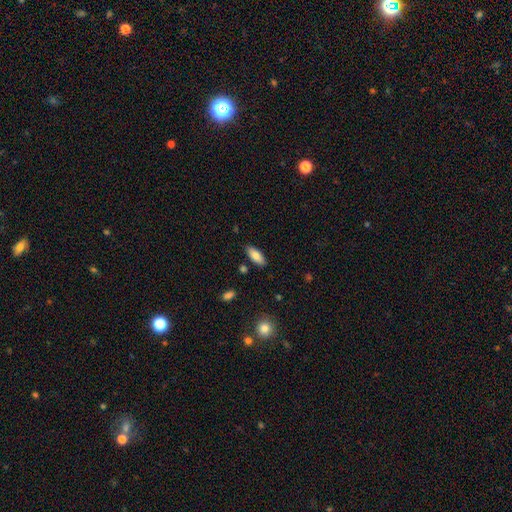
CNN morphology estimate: smooth 81%, featured or disk 13%, star or artifact 7%. Down the decision tree: how rounded — in between (79%); merging — none (86%).